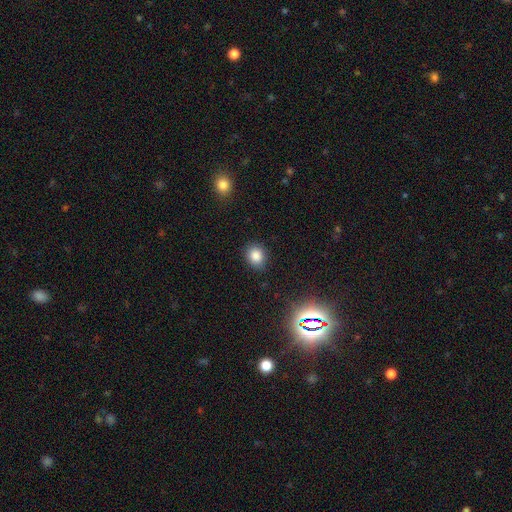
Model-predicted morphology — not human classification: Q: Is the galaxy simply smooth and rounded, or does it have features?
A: smooth — 83%.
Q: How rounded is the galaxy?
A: round — 62%.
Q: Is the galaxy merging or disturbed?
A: none — 84%.